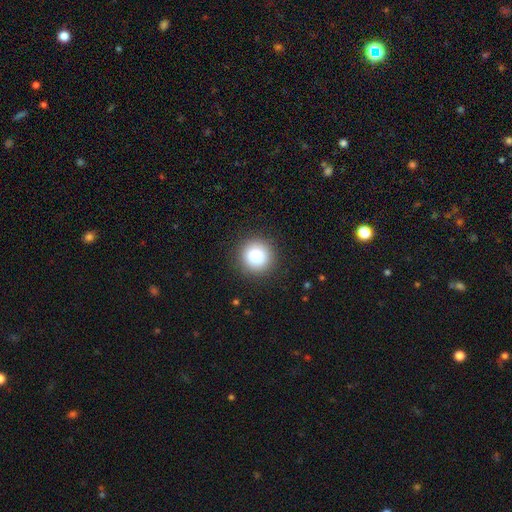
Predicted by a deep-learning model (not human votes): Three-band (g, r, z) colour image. It shows a smooth galaxy with no disk features (84%) that is round (93%). Merging: none (89%).